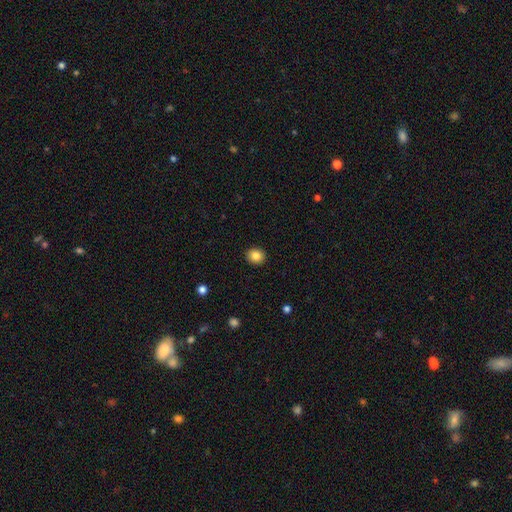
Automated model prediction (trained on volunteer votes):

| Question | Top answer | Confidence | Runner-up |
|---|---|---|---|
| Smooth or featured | smooth | 84% | star or artifact (10%) |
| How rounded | round | 79% | in between (20%) |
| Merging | none | 92% | minor disturbance (5%) |